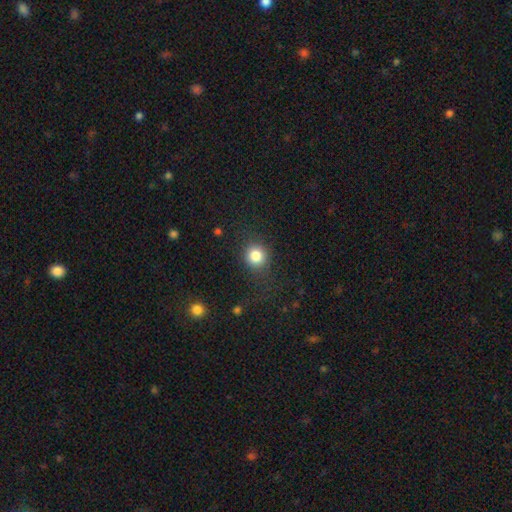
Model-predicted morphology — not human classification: Smooth or featured: smooth — 83% (star or artifact — 11%)
How rounded: round — 88% (in between — 11%)
Merging: none — 82% (minor disturbance — 11%)